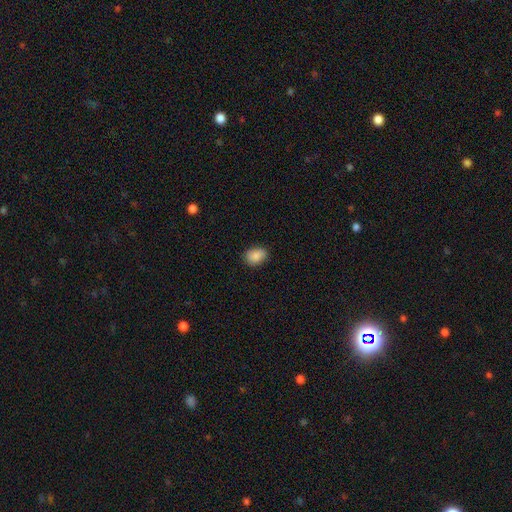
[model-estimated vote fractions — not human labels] Smooth or featured? Predicted: smooth (p=0.88). How rounded? Predicted: in between (p=0.74). Merging? Predicted: none (p=0.85).